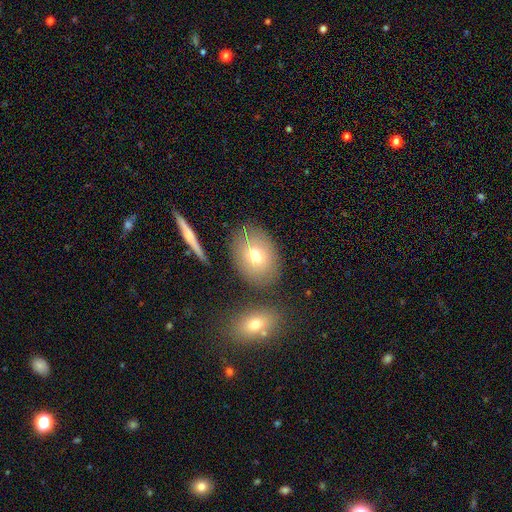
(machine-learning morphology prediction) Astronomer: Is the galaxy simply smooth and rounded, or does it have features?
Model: smooth — 71%.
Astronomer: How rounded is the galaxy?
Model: in between — 69%.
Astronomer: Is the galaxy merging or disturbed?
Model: none — 78%.